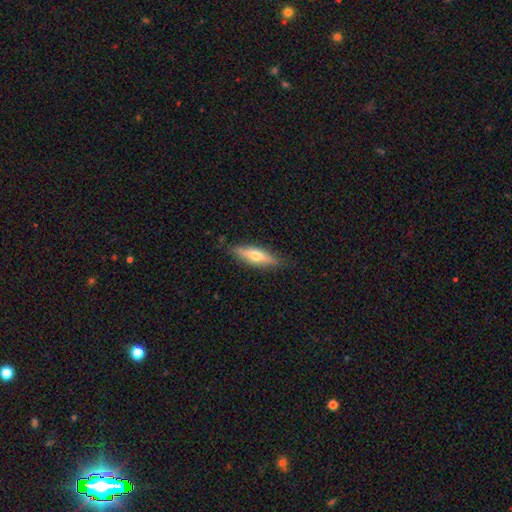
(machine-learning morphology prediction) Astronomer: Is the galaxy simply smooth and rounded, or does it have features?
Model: featured or disk — 48% (runner-up: smooth, 47%).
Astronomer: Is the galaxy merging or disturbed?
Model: none — 85%.